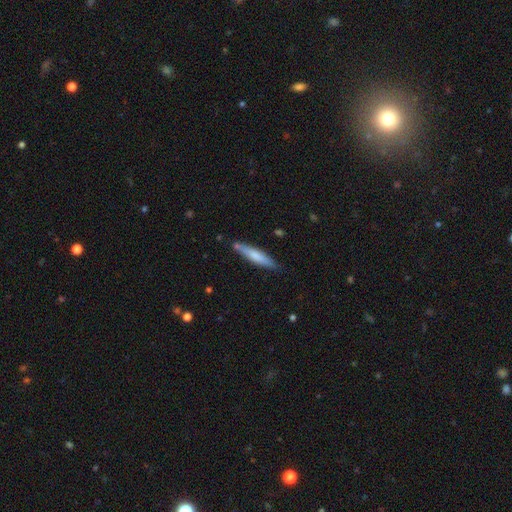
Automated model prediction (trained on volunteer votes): smooth-or-featured: smooth: 64% | featured or disk: 30% | star or artifact: 5%
  how-rounded: cigar-shaped: 89% | in between: 10% | round: 1%
  merging: none: 79% | minor disturbance: 14% | merger: 4% | major disturbance: 2%